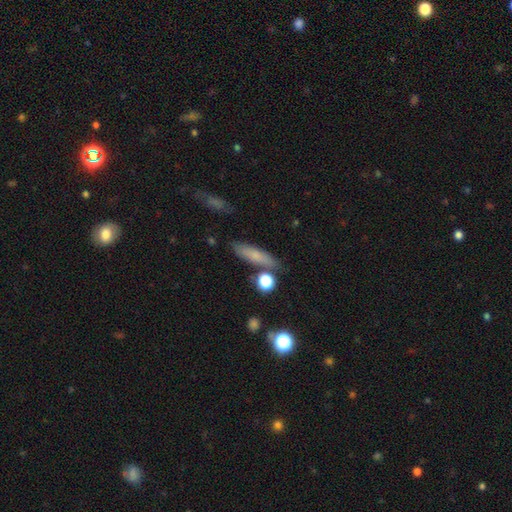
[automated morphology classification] Q: Smooth or featured?
A: smooth (71%); runner-up: featured or disk (19%)
Q: How rounded?
A: cigar-shaped (69%); runner-up: in between (25%)
Q: Merging?
A: none (78%); runner-up: minor disturbance (12%)